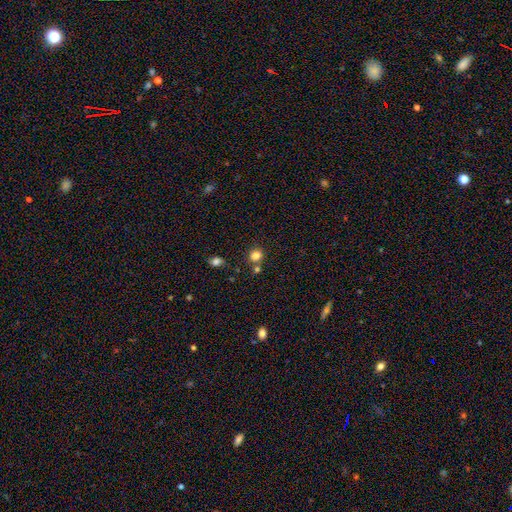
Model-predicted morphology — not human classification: Overall: smooth (81%). How rounded: round (80%). Merging: none (70%).